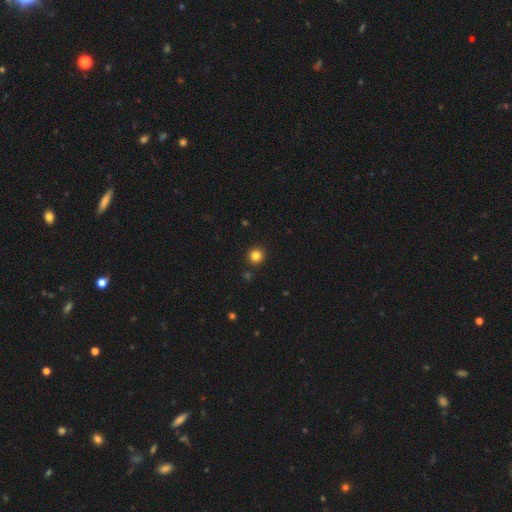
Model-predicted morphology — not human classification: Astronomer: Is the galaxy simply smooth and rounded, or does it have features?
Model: smooth — 83%.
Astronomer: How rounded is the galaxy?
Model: round — 94%.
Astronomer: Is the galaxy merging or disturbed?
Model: none — 91%.